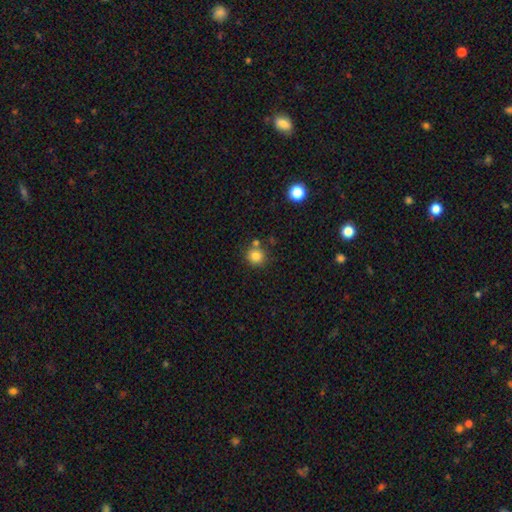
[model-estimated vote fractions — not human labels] This appears to be a smooth galaxy with no disk features (82%) that is round (90%). Merging: none (71%).